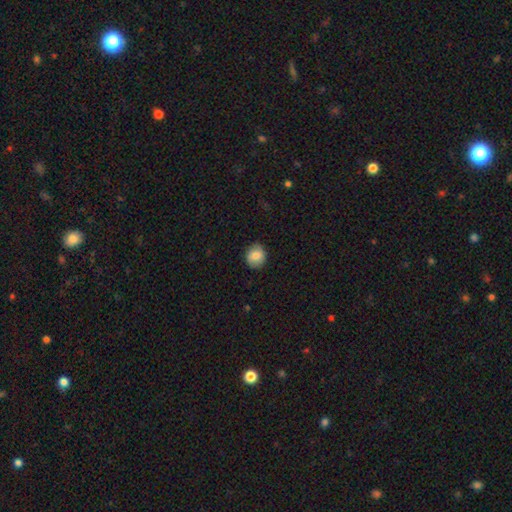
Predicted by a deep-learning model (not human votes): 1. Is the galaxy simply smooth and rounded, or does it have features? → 79% smooth, 13% featured or disk, 8% star or artifact.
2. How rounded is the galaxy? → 79% round, 20% in between, 1% cigar-shaped.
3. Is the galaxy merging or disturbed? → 85% none, 11% minor disturbance, 2% major disturbance, 1% merger.